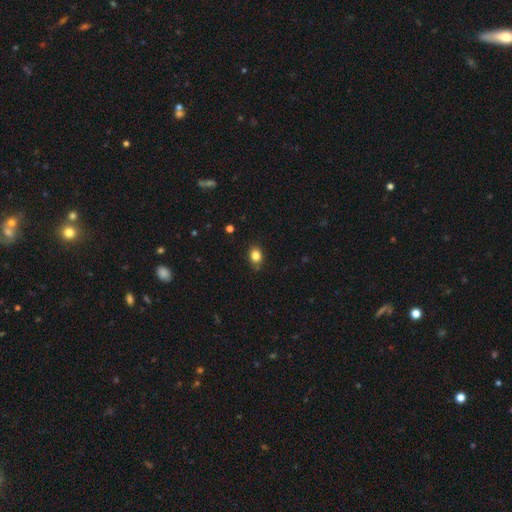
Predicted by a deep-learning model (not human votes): Smooth or featured: smooth — 84% (star or artifact — 11%)
How rounded: in between — 54% (round — 45%)
Merging: none — 82% (minor disturbance — 14%)